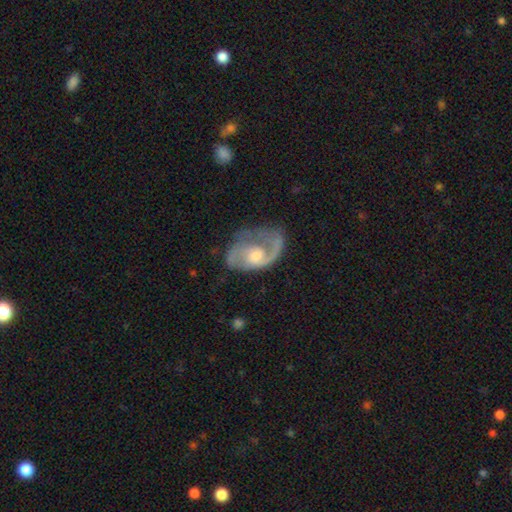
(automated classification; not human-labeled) A featured or disk galaxy (83%) with no bar (64%), 2 (59%) medium (47%) spiral arms (92%) and a moderate central bulge (57%). Merging: none (54%).